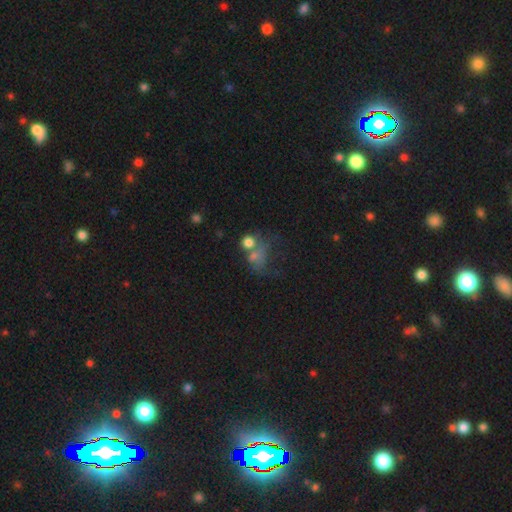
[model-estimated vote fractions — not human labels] smooth-or-featured: smooth: 49% | star or artifact: 26% | featured or disk: 25%
  merging: merger: 31% | major disturbance: 29% | none: 25% | minor disturbance: 15%